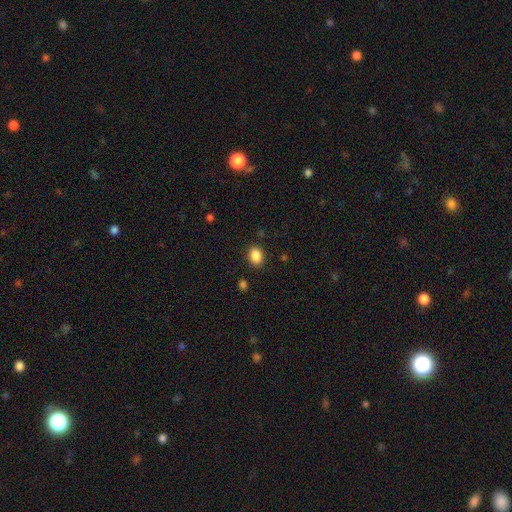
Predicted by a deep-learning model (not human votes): smooth-or-featured: smooth: 87% | star or artifact: 9% | featured or disk: 3%
  how-rounded: in between: 65% | round: 34% | cigar-shaped: 1%
  merging: none: 86% | minor disturbance: 9% | major disturbance: 3% | merger: 2%